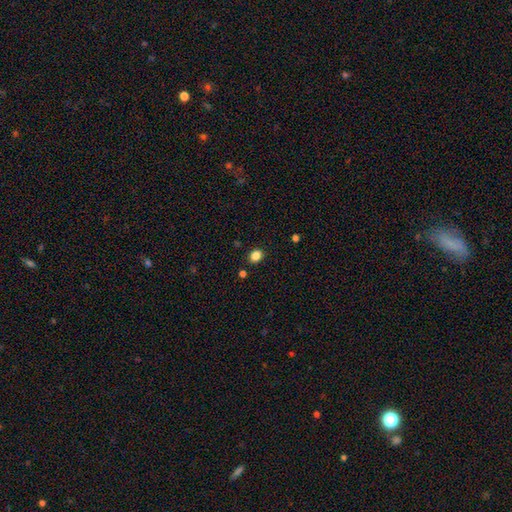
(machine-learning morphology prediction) smooth-or-featured: smooth: 84% | star or artifact: 12% | featured or disk: 4%
  how-rounded: round: 59% | in between: 40% | cigar-shaped: 1%
  merging: none: 88% | minor disturbance: 7% | merger: 3% | major disturbance: 2%